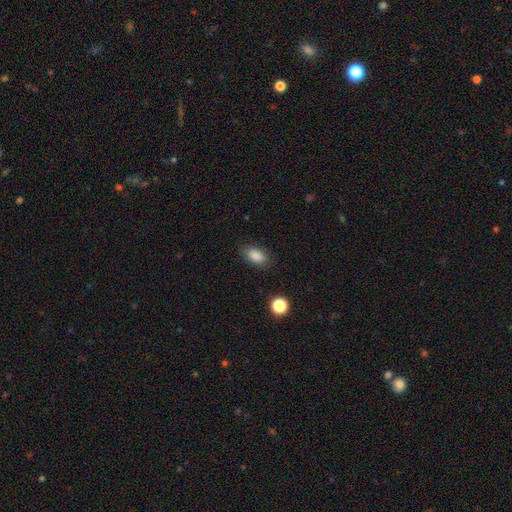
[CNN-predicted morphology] The model was most divided on "merging": none: 84%, minor disturbance: 12%, major disturbance: 3%, merger: 1%. More confident: how rounded — in between (88%); smooth or featured — smooth (86%).